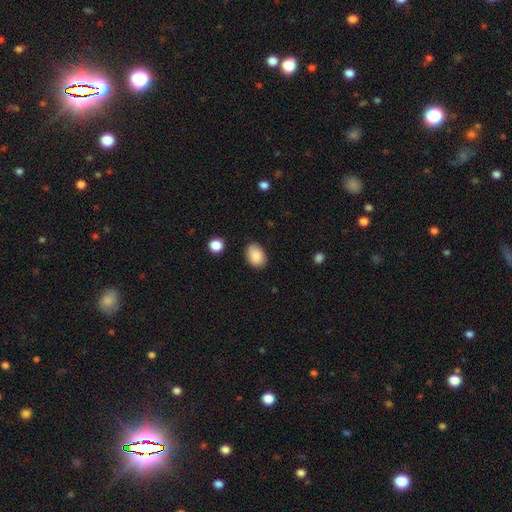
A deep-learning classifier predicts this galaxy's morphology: A smooth galaxy with no disk features (88%) that is in between round and cigar-shaped (80%). Merging: none (83%).